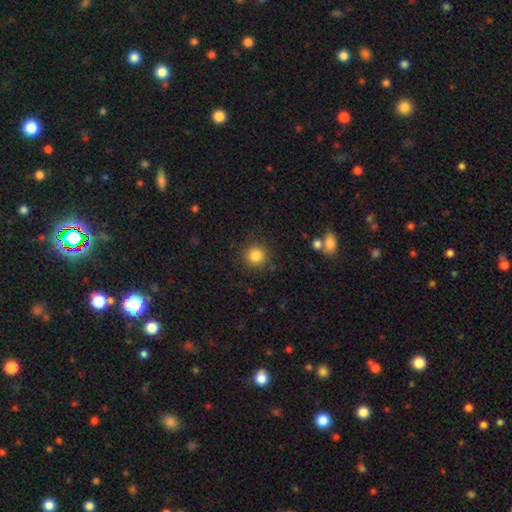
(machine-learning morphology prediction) This is clearly a smooth galaxy (84%). How rounded: clearly round (94%). Merging: clearly none (88%).